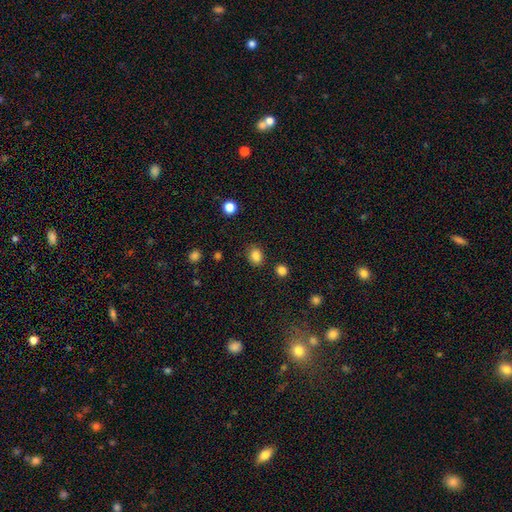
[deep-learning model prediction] Smooth or featured? smooth (85%)
How rounded? round (60%)
Merging? none (85%)